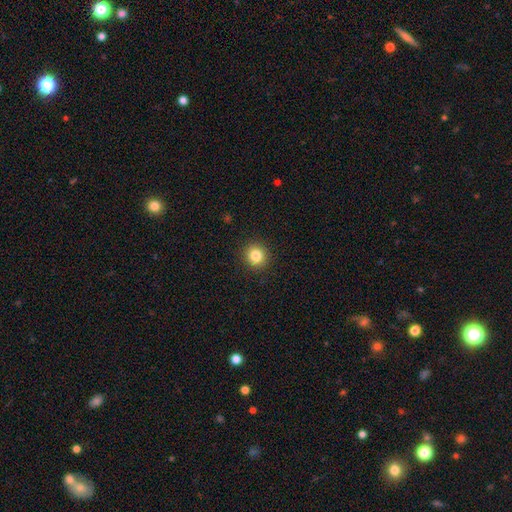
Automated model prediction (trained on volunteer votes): Overall: smooth (84%). How rounded: round (87%). Merging: none (91%).